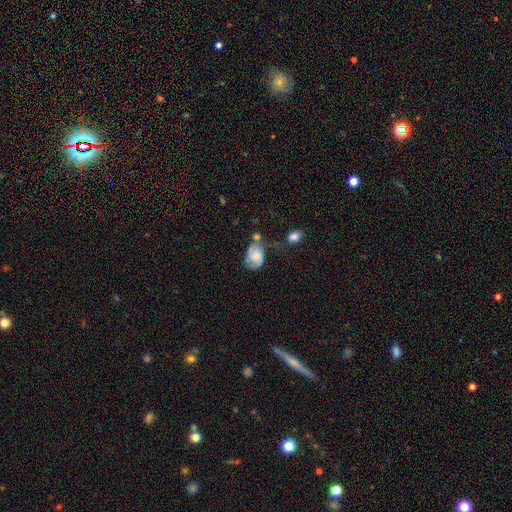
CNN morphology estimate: smooth_or_featured: featured or disk (p=0.60) [alt: smooth p=0.32]
disk_edge_on: no (p=0.97) [alt: yes p=0.03]
bar: no (p=0.65) [alt: weak p=0.30]
has_spiral_arms: yes (p=0.87) [alt: no p=0.13]
spiral_winding: medium (p=0.44) [alt: tight p=0.34]
spiral_arm_count: 2 (p=0.77) [alt: can't tell p=0.11]
bulge_size: moderate (p=0.36) [alt: small p=0.26]
merging: none (p=0.40) [alt: minor disturbance p=0.27]